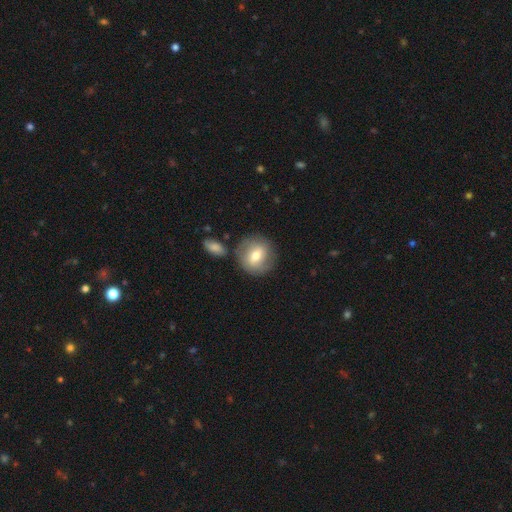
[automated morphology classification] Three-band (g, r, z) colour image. It shows a smooth galaxy with no disk features (59%) that is round (85%). Merging: none (77%).